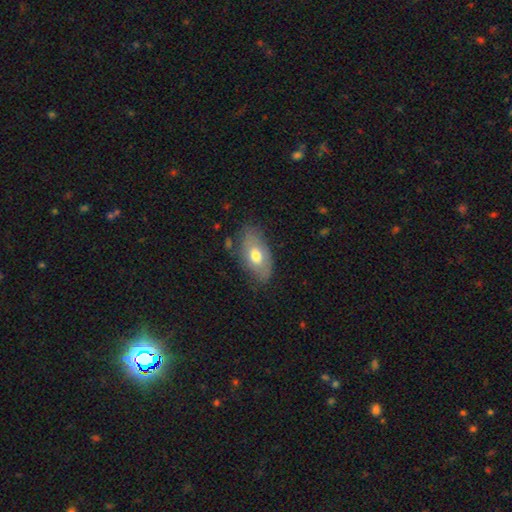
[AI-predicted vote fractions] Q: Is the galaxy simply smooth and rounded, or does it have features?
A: smooth — 62%.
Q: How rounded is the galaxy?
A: in between — 91%.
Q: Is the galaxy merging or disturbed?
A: none — 70%.